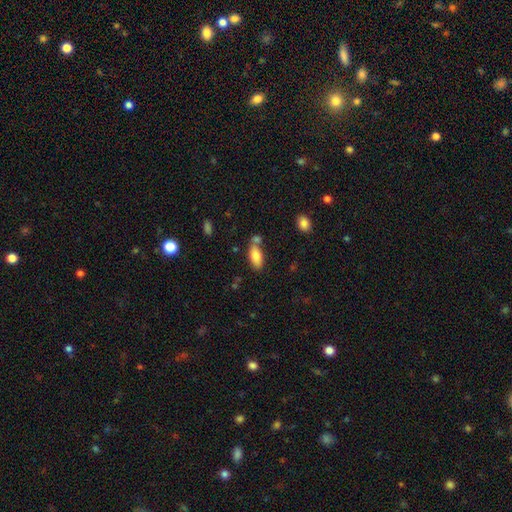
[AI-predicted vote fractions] smooth_or_featured: smooth (p=0.79) [alt: featured or disk p=0.14]
how_rounded: in between (p=0.85) [alt: cigar-shaped p=0.13]
merging: none (p=0.60) [alt: merger p=0.22]